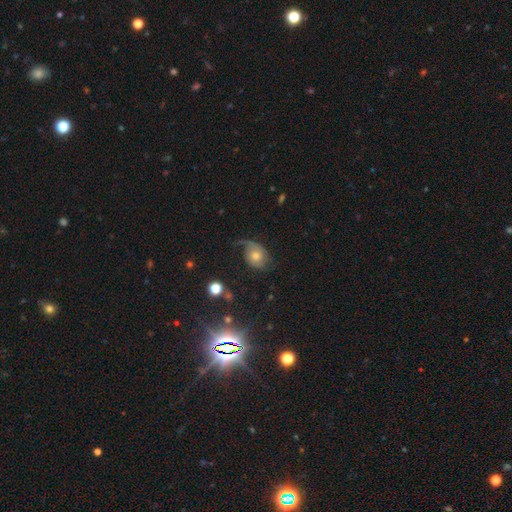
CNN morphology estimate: A featured or disk galaxy (54%) with no bar (75%), spiral arms (85%) and a moderate central bulge (57%). Merging: none (40%).